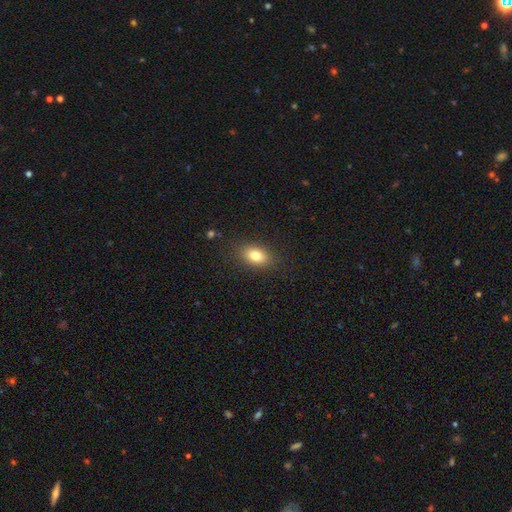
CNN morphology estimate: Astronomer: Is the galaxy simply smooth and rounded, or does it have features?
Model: smooth — 80%.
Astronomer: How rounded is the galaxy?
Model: in between — 82%.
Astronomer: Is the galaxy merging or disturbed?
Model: none — 86%.